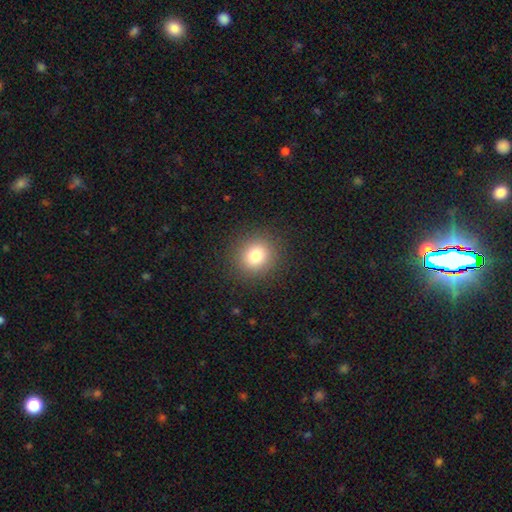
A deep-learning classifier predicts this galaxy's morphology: Smooth or featured? Predicted: smooth (p=0.80). How rounded? Predicted: round (p=0.86). Merging? Predicted: none (p=0.90).